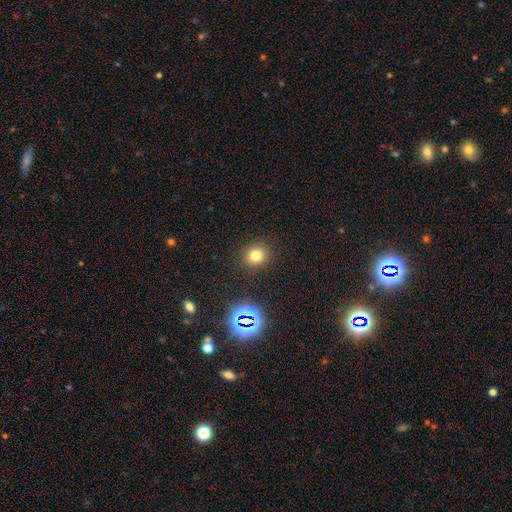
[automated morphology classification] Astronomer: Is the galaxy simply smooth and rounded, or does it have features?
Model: smooth — 75%.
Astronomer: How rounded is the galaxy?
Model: round — 86%.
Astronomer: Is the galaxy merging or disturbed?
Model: none — 89%.